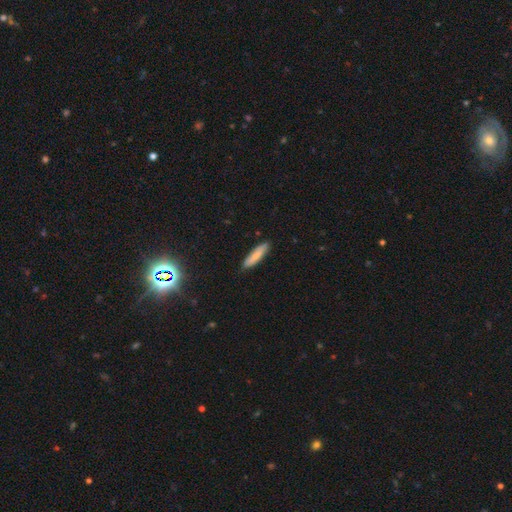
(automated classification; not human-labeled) A smooth galaxy with no disk features (79%) that is cigar-shaped (75%).

Vote fractions:
- Smooth or featured? smooth: 79% / featured or disk: 15% / star or artifact: 6%
- How rounded? cigar-shaped: 75% / in between: 24% / round: 1%
- Merging? none: 85% / minor disturbance: 12% / major disturbance: 2% / merger: 1%